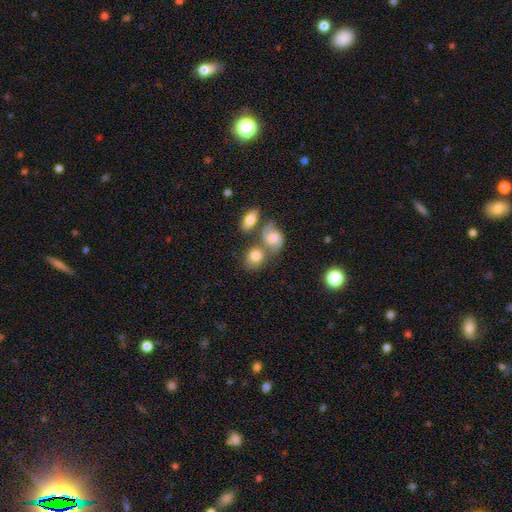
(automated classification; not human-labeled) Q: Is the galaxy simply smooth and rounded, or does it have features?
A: smooth — 70%.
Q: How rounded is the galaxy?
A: round — 52%.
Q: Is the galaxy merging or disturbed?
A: none — 44%.